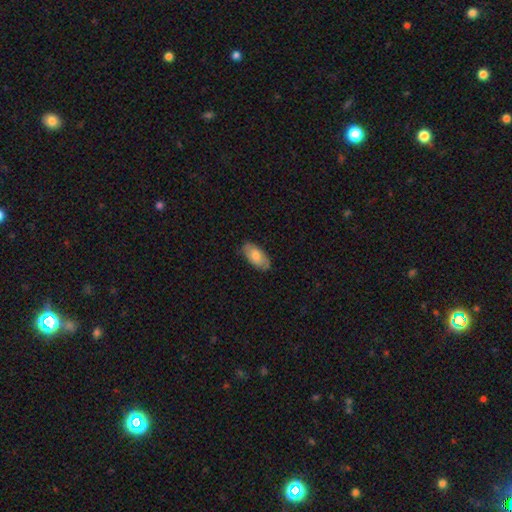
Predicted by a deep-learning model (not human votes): Overall: smooth (77%). How rounded: in between (94%). Merging: none (81%).